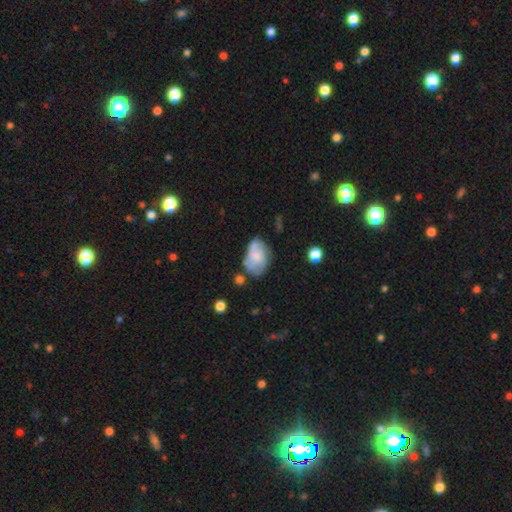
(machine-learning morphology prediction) The model was most divided on "merging": none: 45%, minor disturbance: 31%, major disturbance: 14%, merger: 10%. More confident: how rounded — in between (86%); smooth or featured — smooth (62%).